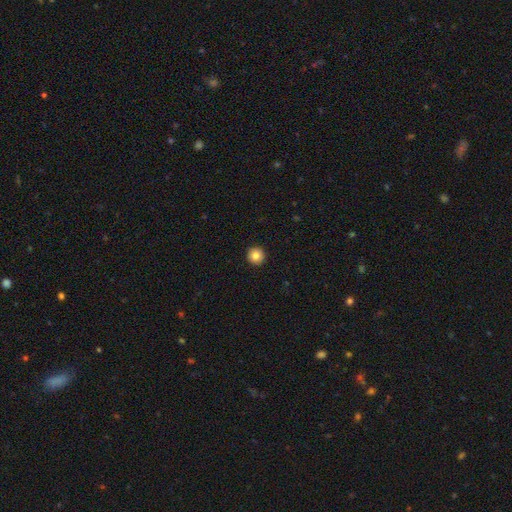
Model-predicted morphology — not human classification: Smooth or featured? smooth (83%)
How rounded? round (96%)
Merging? none (94%)